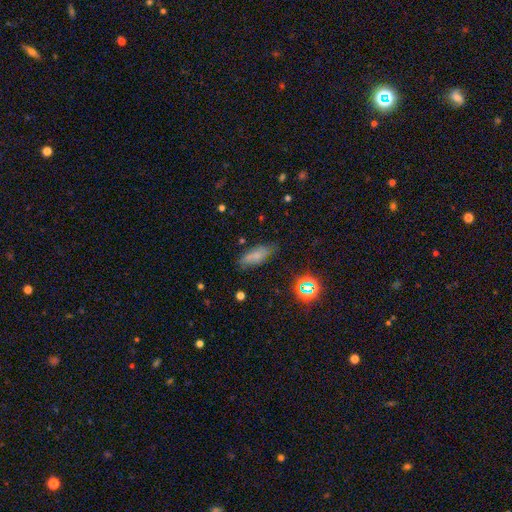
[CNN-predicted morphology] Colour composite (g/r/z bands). It shows a smooth galaxy with no disk features (69%) that is in between round and cigar-shaped (71%). Merging: none (70%).